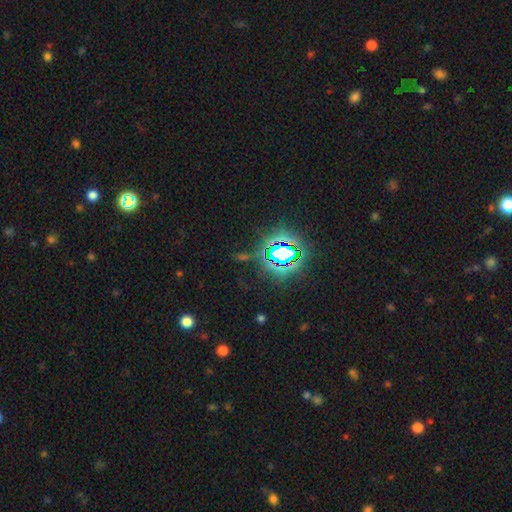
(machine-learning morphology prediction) A star or artifact, not a galaxy (82%).